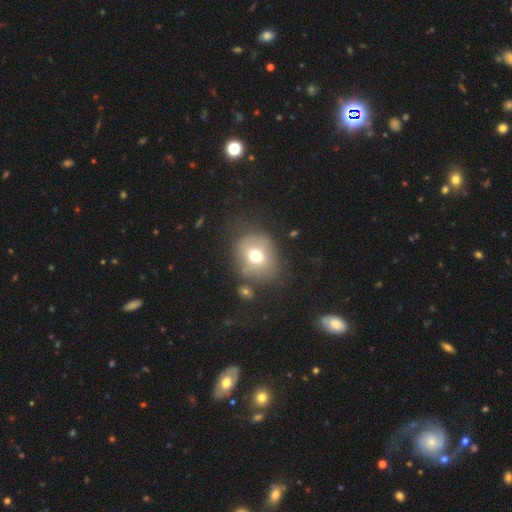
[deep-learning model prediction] This appears to be a smooth galaxy with no disk features (66%) that is round (67%). Merging: none (66%).